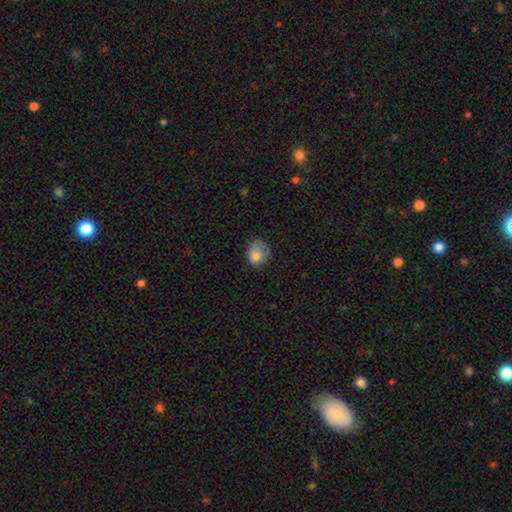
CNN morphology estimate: This is likely a smooth galaxy (79%). How rounded: possibly round (52%). Merging: possibly none (46%).